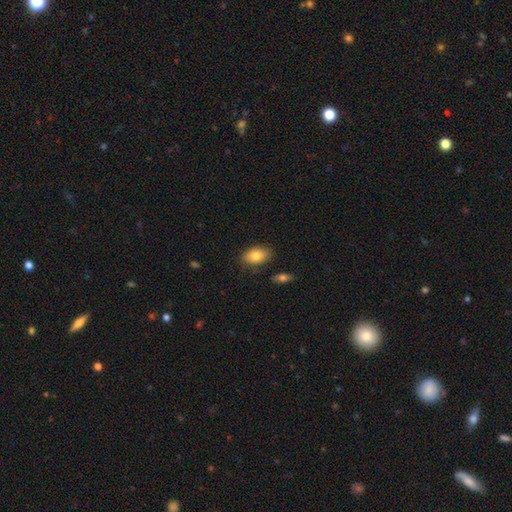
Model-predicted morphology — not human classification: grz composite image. It shows a smooth galaxy with no disk features (82%) that is in between round and cigar-shaped (90%). Merging: none (82%).